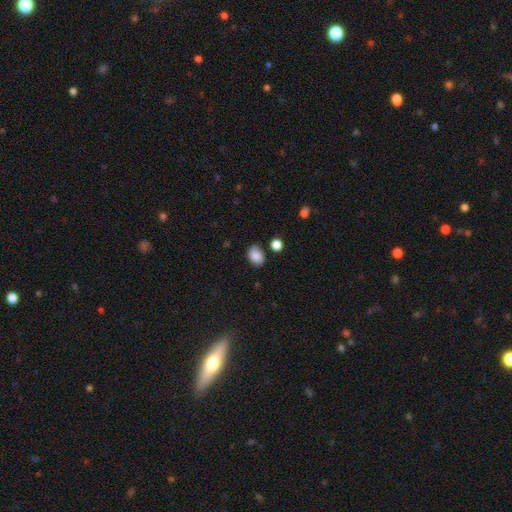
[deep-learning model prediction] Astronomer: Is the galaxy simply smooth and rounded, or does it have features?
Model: smooth — 85%.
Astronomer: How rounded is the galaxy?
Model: in between — 70%.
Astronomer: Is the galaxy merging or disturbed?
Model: none — 68%.